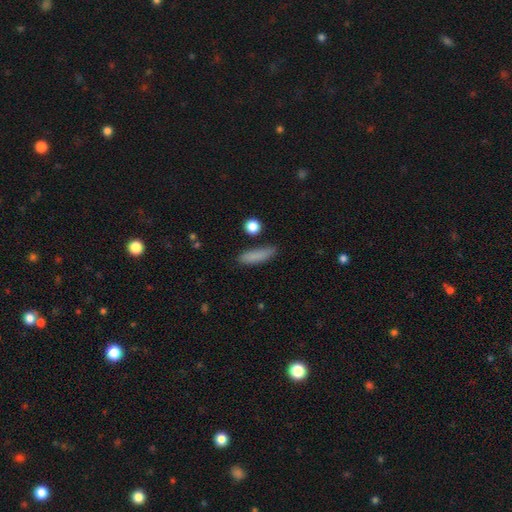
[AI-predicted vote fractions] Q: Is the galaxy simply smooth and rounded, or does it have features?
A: smooth — 84%.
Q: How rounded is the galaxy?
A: cigar-shaped — 72%.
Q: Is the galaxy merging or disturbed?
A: none — 79%.